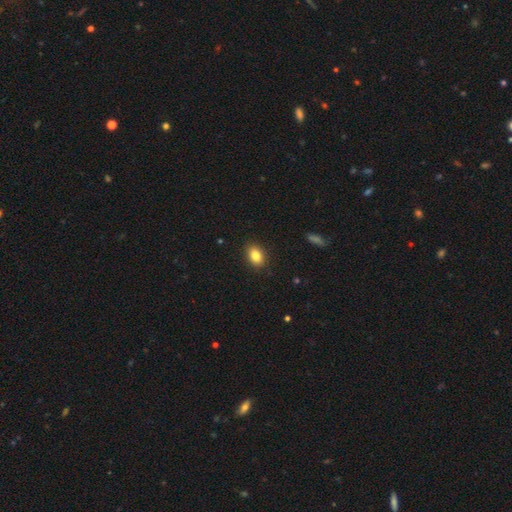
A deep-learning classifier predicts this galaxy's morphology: smooth_or_featured: smooth (p=0.84) [alt: star or artifact p=0.09]
how_rounded: in between (p=0.81) [alt: round p=0.18]
merging: none (p=0.89) [alt: minor disturbance p=0.08]